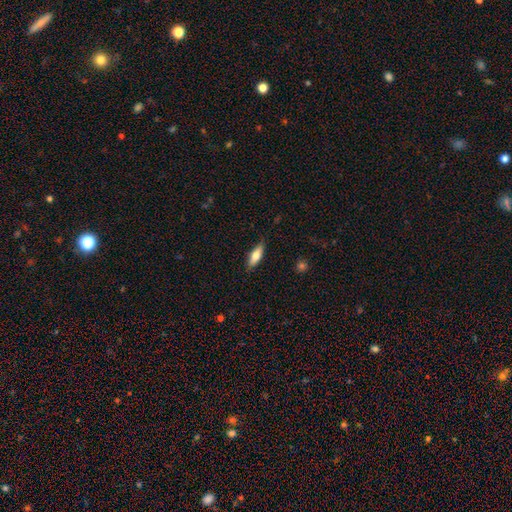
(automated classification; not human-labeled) smooth_or_featured: smooth (p=0.70) [alt: featured or disk p=0.24]
how_rounded: in between (p=0.58) [alt: cigar-shaped p=0.40]
merging: none (p=0.83) [alt: minor disturbance p=0.13]